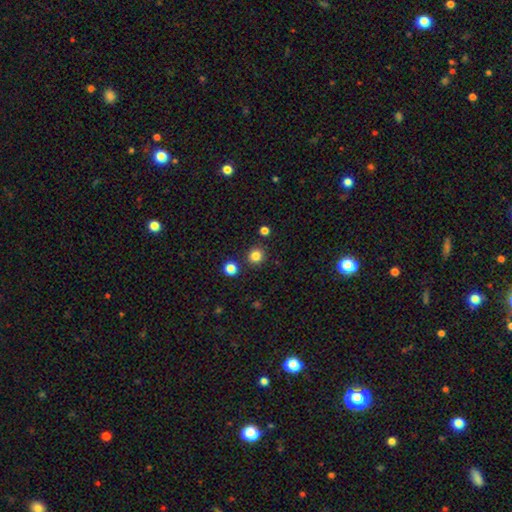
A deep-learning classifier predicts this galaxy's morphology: Smooth or featured?
  - smooth: 82% *
  - star or artifact: 14%
  - featured or disk: 4%
How rounded?
  - round: 93% *
  - in between: 6%
  - cigar-shaped: 1%
Merging?
  - none: 88% *
  - minor disturbance: 6%
  - merger: 4%
  - major disturbance: 2%